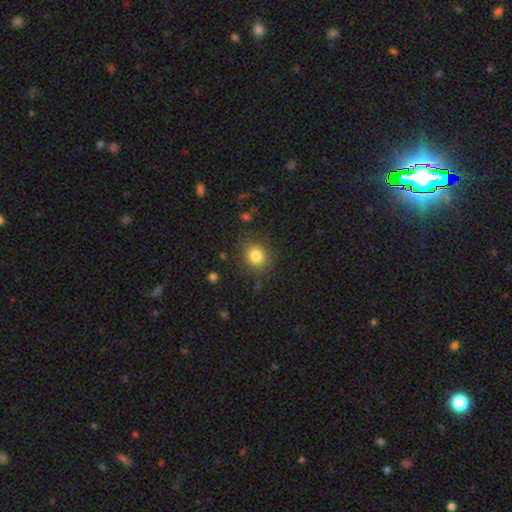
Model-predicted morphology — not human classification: smooth 82%, star or artifact 12%, featured or disk 6%. Down the decision tree: how rounded — round (77%); merging — none (84%).